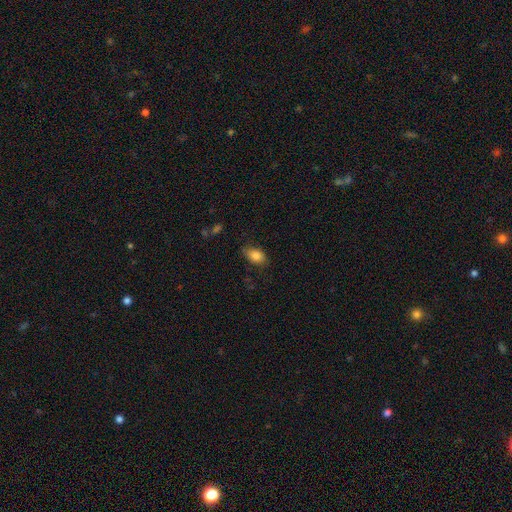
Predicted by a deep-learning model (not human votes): This appears to be a smooth galaxy with no disk features (85%) that is in between round and cigar-shaped (86%). Merging: none (75%).